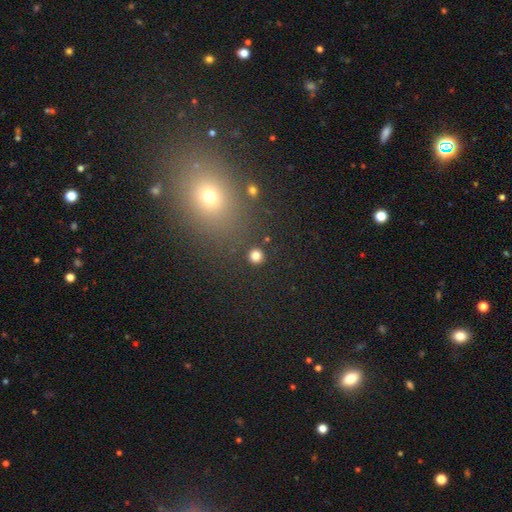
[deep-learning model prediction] Overall: smooth (81%). How rounded: round (93%). Merging: none (90%).